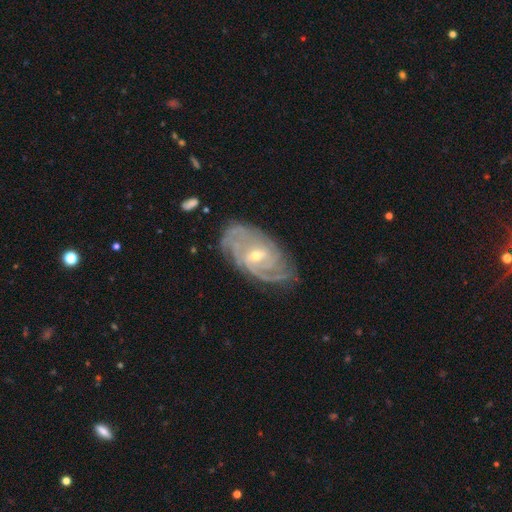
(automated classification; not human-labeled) Smooth or featured? Predicted: featured or disk (p=0.89). Edge-on disk? Predicted: no (p=0.96). Bar? Predicted: weak (p=0.51). Spiral arms? Predicted: yes (p=0.97). Spiral winding? Predicted: tight (p=0.68). Spiral arm count? Predicted: can't tell (p=0.27). Bulge size? Predicted: small (p=0.60). Merging? Predicted: none (p=0.74).